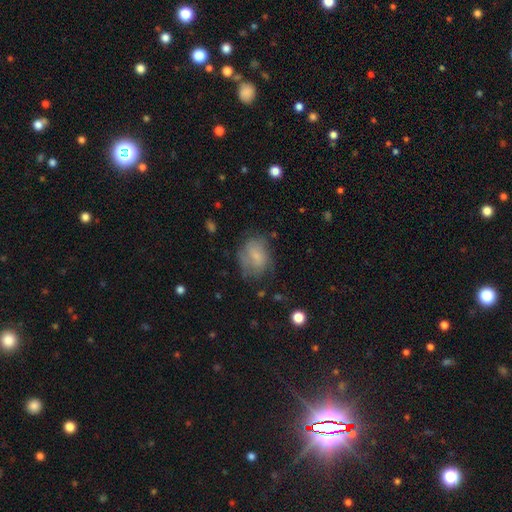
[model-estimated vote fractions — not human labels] smooth_or_featured: smooth (p=0.61) [alt: featured or disk p=0.29]
how_rounded: in between (p=0.56) [alt: round p=0.43]
merging: none (p=0.54) [alt: minor disturbance p=0.27]